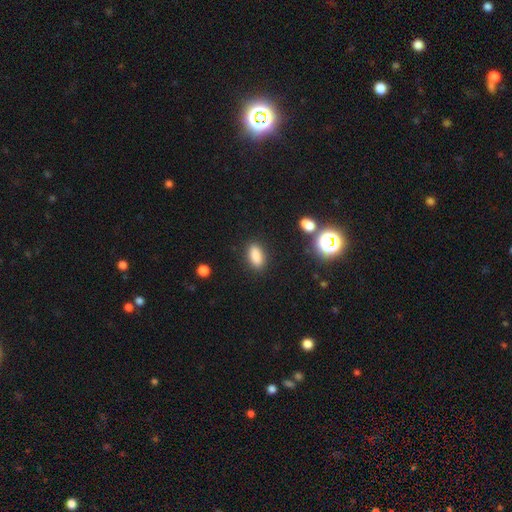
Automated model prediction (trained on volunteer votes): smooth 85%, star or artifact 10%, featured or disk 5%. Down the decision tree: how rounded — in between (81%); merging — none (87%).